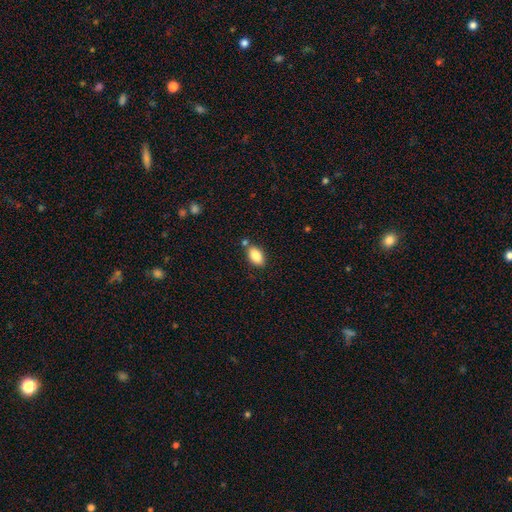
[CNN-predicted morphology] Smooth or featured?
  - smooth: 86% *
  - star or artifact: 8%
  - featured or disk: 7%
How rounded?
  - in between: 92% *
  - round: 6%
  - cigar-shaped: 2%
Merging?
  - none: 75% *
  - minor disturbance: 13%
  - merger: 10%
  - major disturbance: 3%